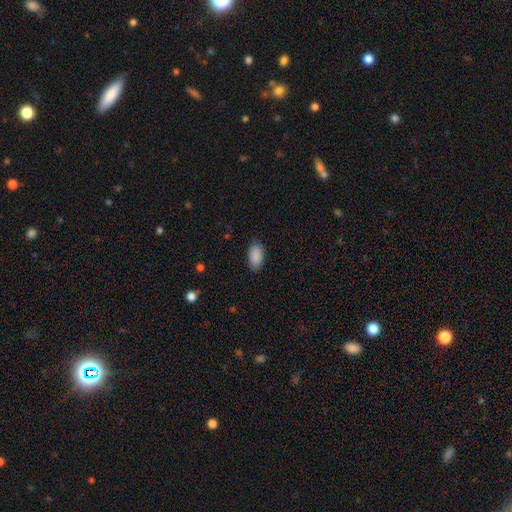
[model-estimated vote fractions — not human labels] Overall: smooth (90%). How rounded: in between (94%). Merging: none (87%).